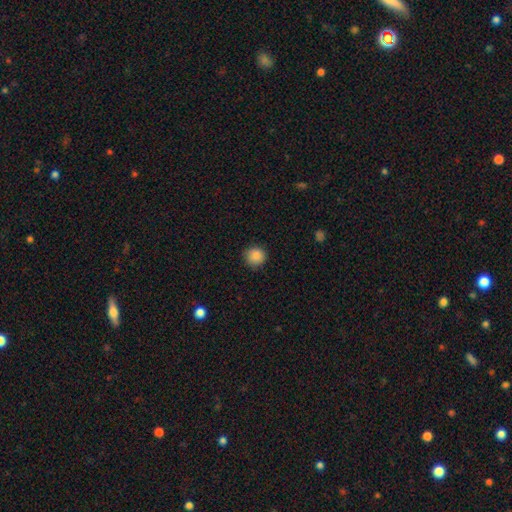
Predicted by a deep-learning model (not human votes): This appears to be a smooth galaxy with no disk features (87%) that is round (93%). Merging: none (89%).